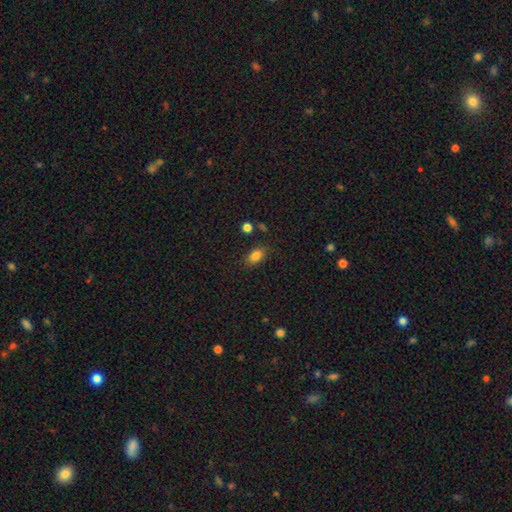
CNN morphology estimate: smooth-or-featured: smooth: 84% | star or artifact: 10% | featured or disk: 7%
  how-rounded: in between: 86% | round: 11% | cigar-shaped: 3%
  merging: none: 81% | minor disturbance: 13% | major disturbance: 3% | merger: 3%